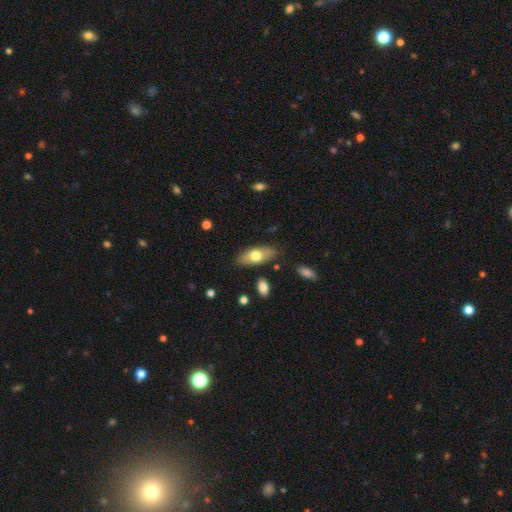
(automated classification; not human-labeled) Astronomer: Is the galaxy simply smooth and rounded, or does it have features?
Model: smooth — 66%.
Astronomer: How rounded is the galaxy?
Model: in between — 86%.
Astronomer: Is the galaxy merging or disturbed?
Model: none — 81%.